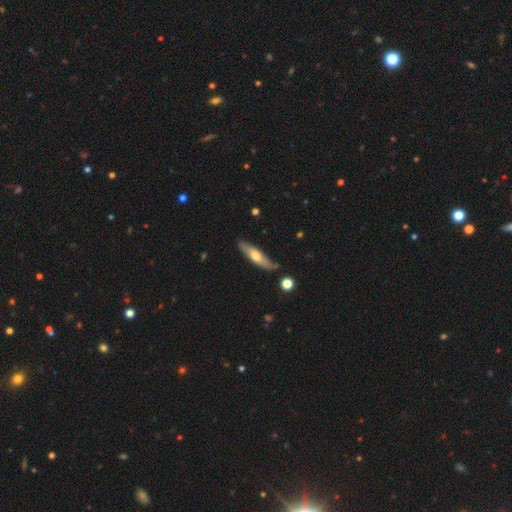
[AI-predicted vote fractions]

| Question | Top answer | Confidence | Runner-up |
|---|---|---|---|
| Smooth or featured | smooth | 54% | featured or disk (41%) |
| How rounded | cigar-shaped | 68% | in between (30%) |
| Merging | none | 79% | minor disturbance (15%) |